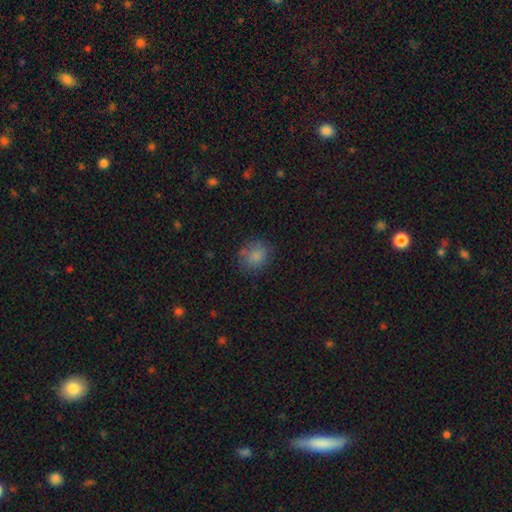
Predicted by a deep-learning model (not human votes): Q: Smooth or featured?
A: smooth (81%); runner-up: star or artifact (11%)
Q: How rounded?
A: round (71%); runner-up: in between (28%)
Q: Merging?
A: none (72%); runner-up: minor disturbance (18%)